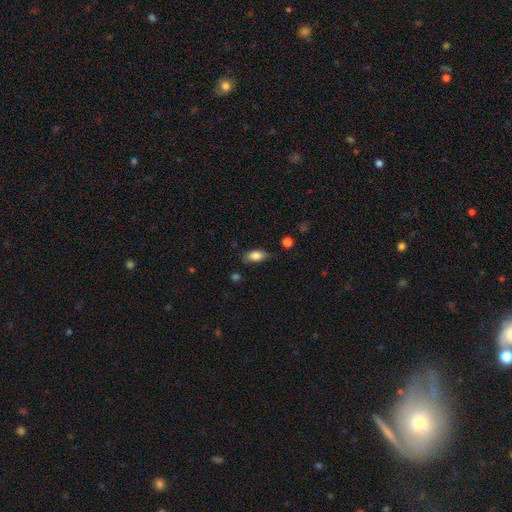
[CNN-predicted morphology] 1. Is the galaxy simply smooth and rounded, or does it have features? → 80% smooth, 12% featured or disk, 8% star or artifact.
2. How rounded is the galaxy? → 87% in between, 9% cigar-shaped, 5% round.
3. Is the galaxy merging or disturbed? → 67% none, 25% minor disturbance, 5% major disturbance, 2% merger.